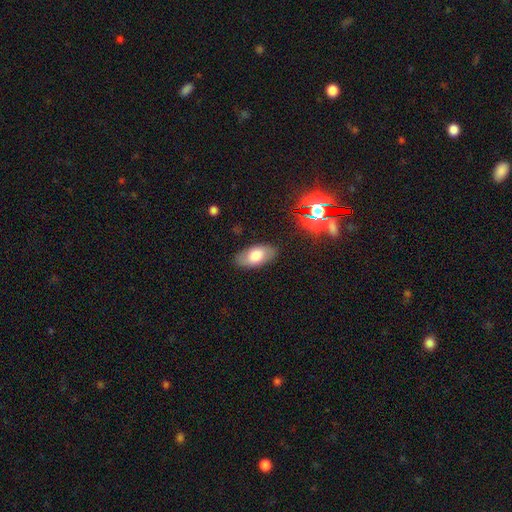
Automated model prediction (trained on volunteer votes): Morphology: type=smooth (70%); roundness=in between (92%); merging=none (84%).